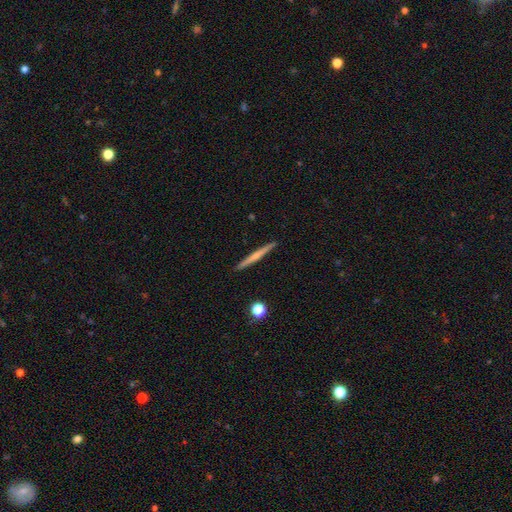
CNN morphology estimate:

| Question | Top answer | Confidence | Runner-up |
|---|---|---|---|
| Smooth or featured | featured or disk | 53% | smooth (41%) |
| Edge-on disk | yes | 98% | no (2%) |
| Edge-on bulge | none | 53% | rounded (40%) |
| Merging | none | 92% | minor disturbance (5%) |